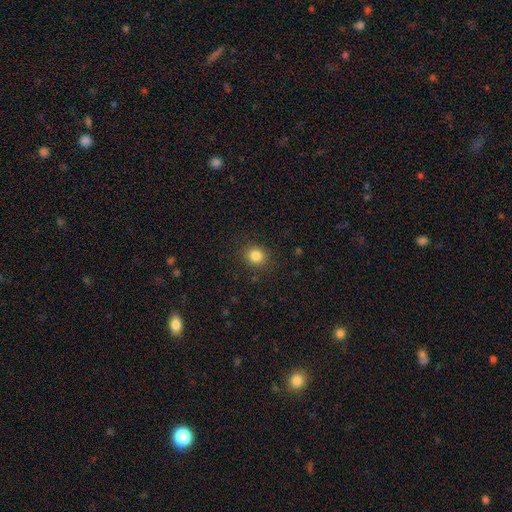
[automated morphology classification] Smooth or featured? Predicted: smooth (p=0.83). How rounded? Predicted: round (p=0.83). Merging? Predicted: none (p=0.88).